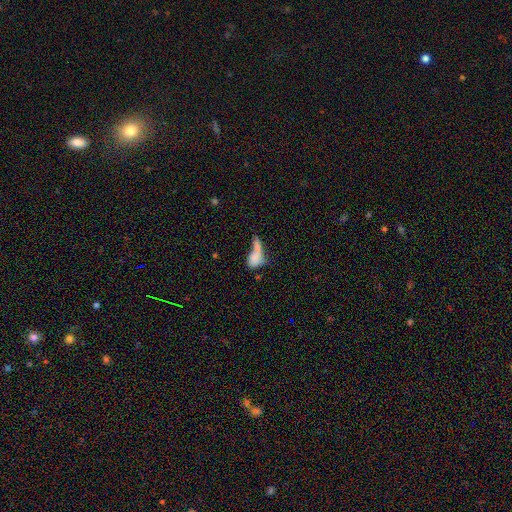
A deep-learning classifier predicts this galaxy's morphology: Smooth or featured? smooth (70%)
How rounded? in between (73%)
Merging? merger (51%)